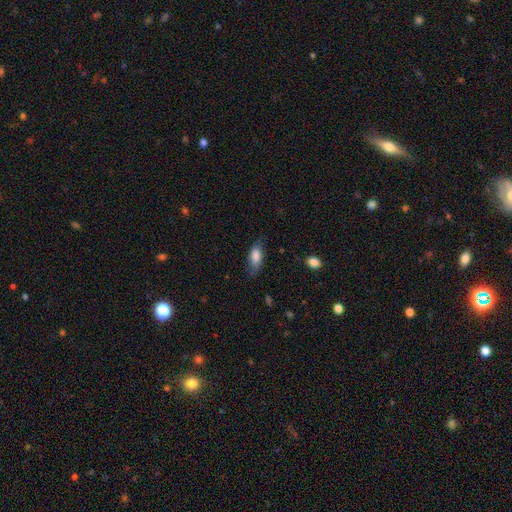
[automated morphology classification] This appears to be a smooth galaxy with no disk features (82%) that is in between round and cigar-shaped (80%). Merging: none (71%).